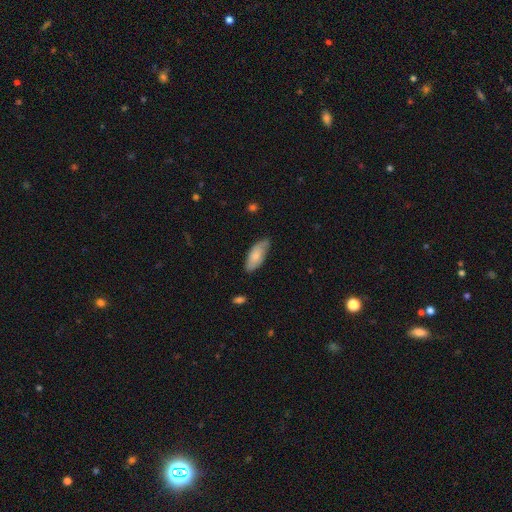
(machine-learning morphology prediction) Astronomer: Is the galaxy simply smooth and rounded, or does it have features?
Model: smooth — 71%.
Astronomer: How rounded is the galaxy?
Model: in between — 87%.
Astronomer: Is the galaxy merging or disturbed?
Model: none — 70%.